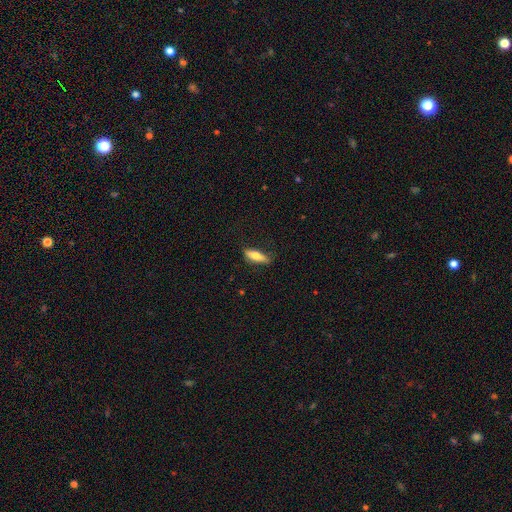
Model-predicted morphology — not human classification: This is likely a smooth galaxy (71%). How rounded: possibly cigar-shaped (57%). Merging: likely none (78%).